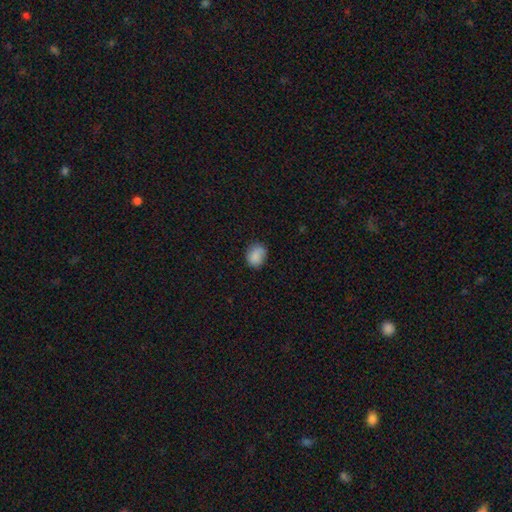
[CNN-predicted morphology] Smooth or featured?
  - smooth: 87% *
  - star or artifact: 8%
  - featured or disk: 5%
How rounded?
  - in between: 52% *
  - round: 47%
  - cigar-shaped: 1%
Merging?
  - none: 75% *
  - minor disturbance: 20%
  - major disturbance: 4%
  - merger: 1%